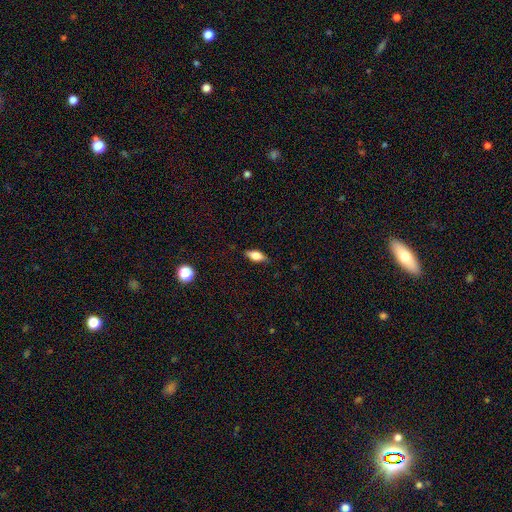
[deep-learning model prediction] The model was most divided on "smooth or featured": smooth: 69%, featured or disk: 23%, star or artifact: 8%. More confident: merging — none (83%); how rounded — in between (77%).